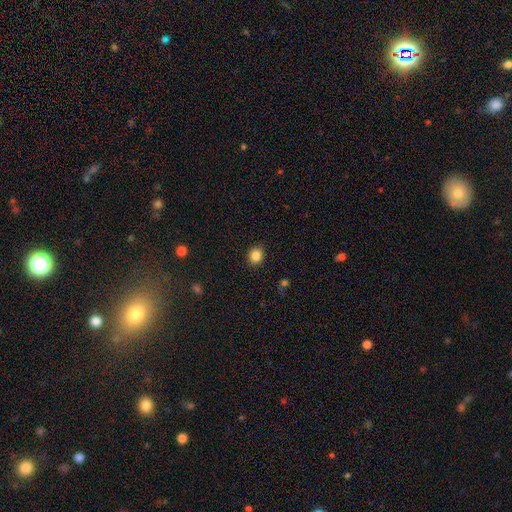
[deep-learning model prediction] Smooth or featured? Predicted: smooth (p=0.85). How rounded? Predicted: round (p=0.77). Merging? Predicted: none (p=0.90).